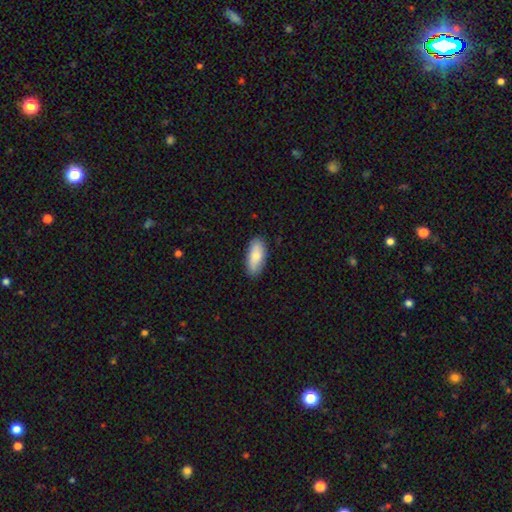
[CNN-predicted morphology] Overall: smooth (81%). How rounded: in between (85%). Merging: none (84%).